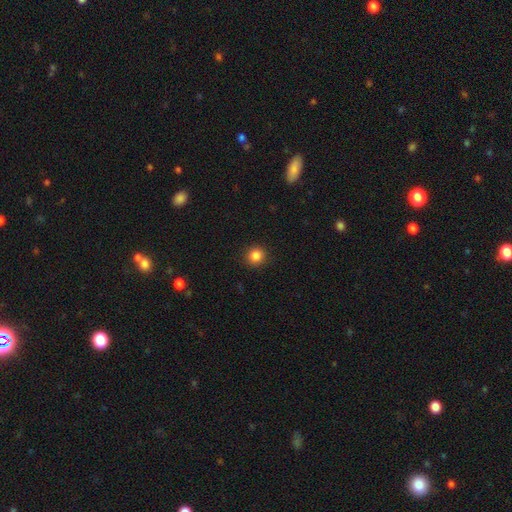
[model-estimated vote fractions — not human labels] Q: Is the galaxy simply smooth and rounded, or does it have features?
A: smooth — 85%.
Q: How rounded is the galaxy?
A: round — 92%.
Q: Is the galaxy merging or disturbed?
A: none — 91%.